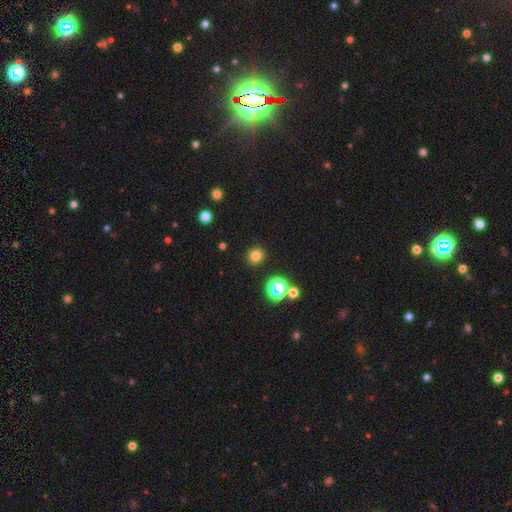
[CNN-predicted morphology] Smooth or featured?
  - smooth: 77% *
  - star or artifact: 17%
  - featured or disk: 5%
How rounded?
  - round: 87% *
  - in between: 12%
  - cigar-shaped: 1%
Merging?
  - none: 89% *
  - minor disturbance: 6%
  - major disturbance: 2%
  - merger: 2%